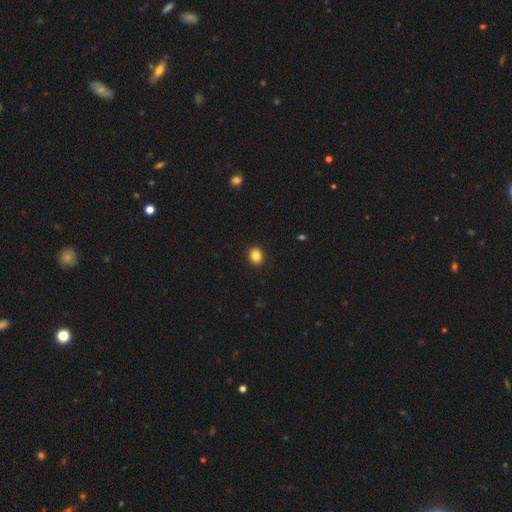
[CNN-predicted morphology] A smooth galaxy with no disk features (86%) that is round (59%). Merging: none (92%).